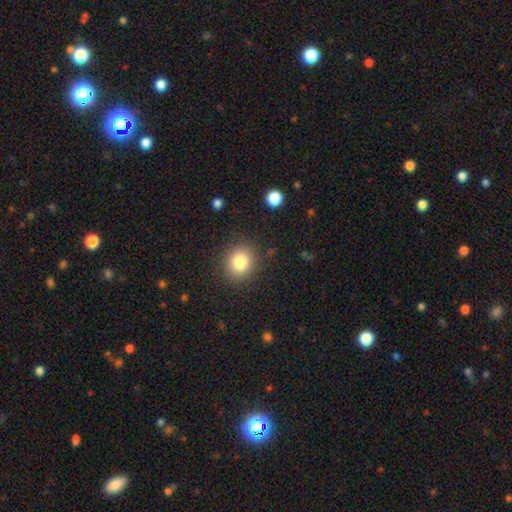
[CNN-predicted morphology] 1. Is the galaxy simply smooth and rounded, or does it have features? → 81% smooth, 13% star or artifact, 6% featured or disk.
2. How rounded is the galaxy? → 84% round, 15% in between, 1% cigar-shaped.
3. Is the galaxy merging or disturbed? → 92% none, 5% minor disturbance, 2% major disturbance, 1% merger.